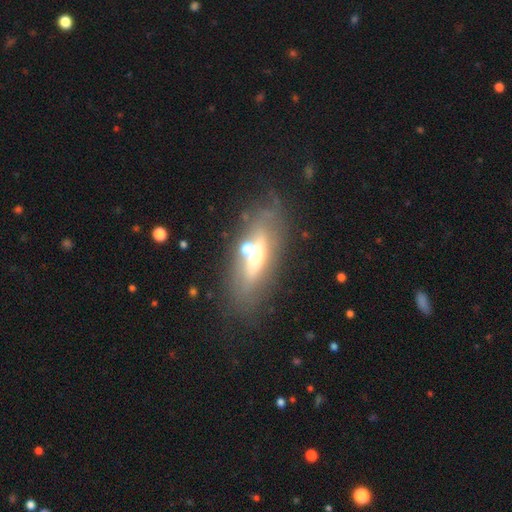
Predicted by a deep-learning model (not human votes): Smooth or featured? featured or disk (48%)
Merging? none (60%)